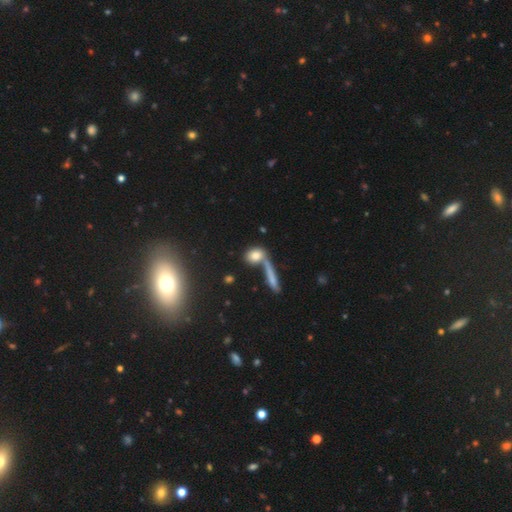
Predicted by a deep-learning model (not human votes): This appears to be a smooth galaxy with no disk features (74%) that is in between round and cigar-shaped (45%). Merging: none (53%).